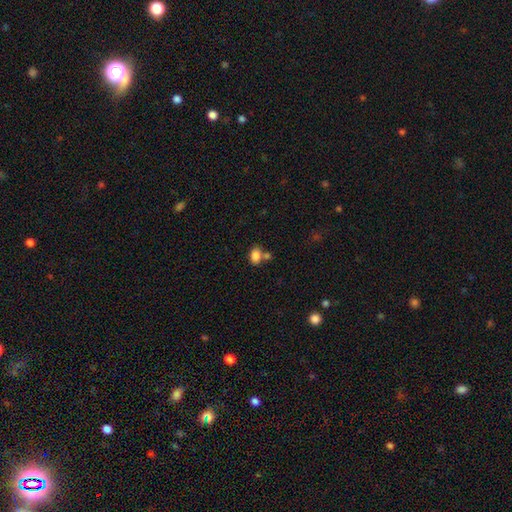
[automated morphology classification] Overall: smooth (84%). How rounded: in between (77%). Merging: none (53%; merger 31%).